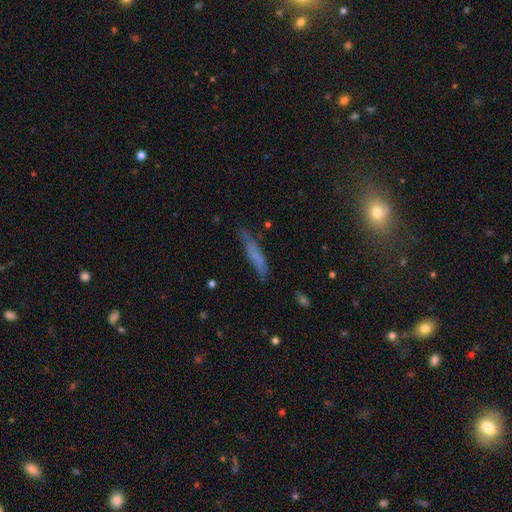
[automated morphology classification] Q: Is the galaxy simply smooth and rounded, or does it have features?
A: smooth — 62%.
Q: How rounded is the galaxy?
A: cigar-shaped — 89%.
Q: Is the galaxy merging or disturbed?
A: none — 68%.